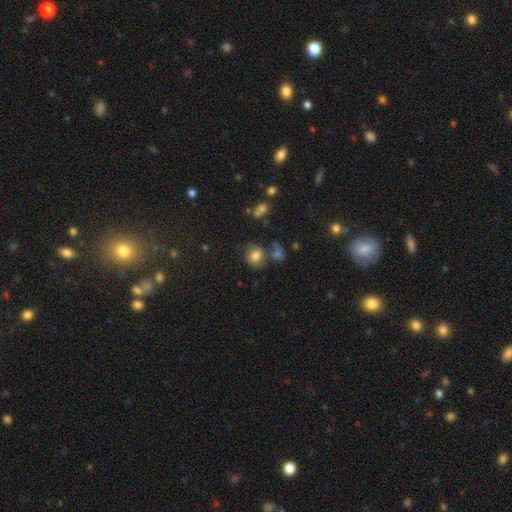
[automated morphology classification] smooth_or_featured: smooth (p=0.77) [alt: star or artifact p=0.12]
how_rounded: round (p=0.70) [alt: in between p=0.29]
merging: none (p=0.58) [alt: merger p=0.17]